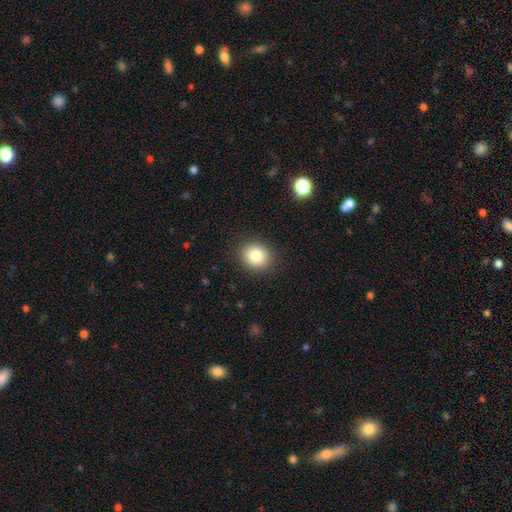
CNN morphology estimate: Smooth or featured?
  - smooth: 83% *
  - star or artifact: 10%
  - featured or disk: 7%
How rounded?
  - round: 72% *
  - in between: 27%
  - cigar-shaped: 1%
Merging?
  - none: 89% *
  - minor disturbance: 7%
  - major disturbance: 2%
  - merger: 1%